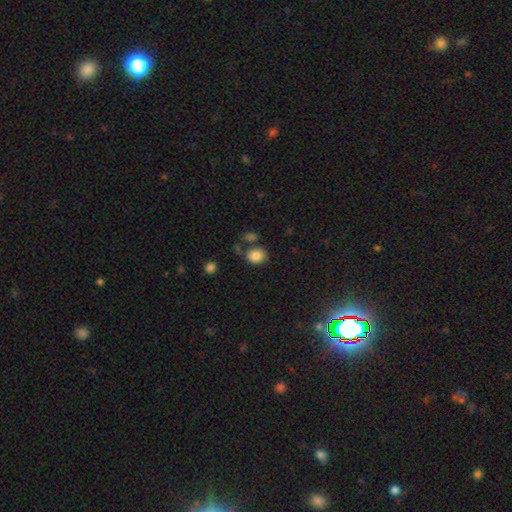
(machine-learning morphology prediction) This is clearly a smooth galaxy (84%). How rounded: possibly round (55%). Merging: likely none (67%).